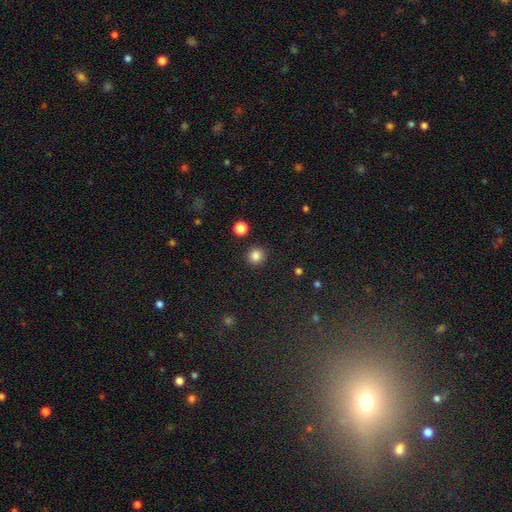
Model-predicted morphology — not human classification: This is clearly a smooth galaxy (85%). How rounded: clearly round (91%). Merging: clearly none (90%).